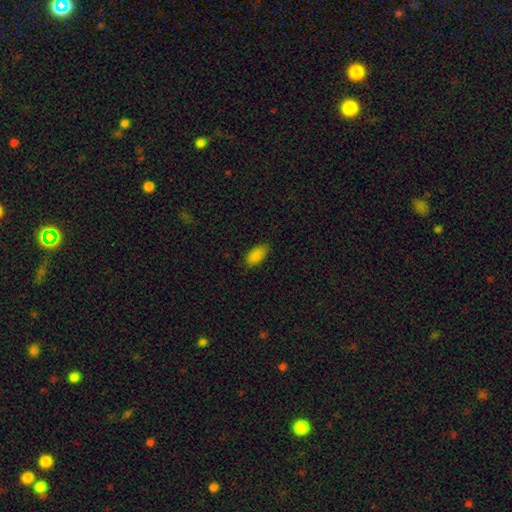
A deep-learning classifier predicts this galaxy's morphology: This is clearly a smooth galaxy (87%). How rounded: clearly in between (92%). Merging: clearly none (82%).